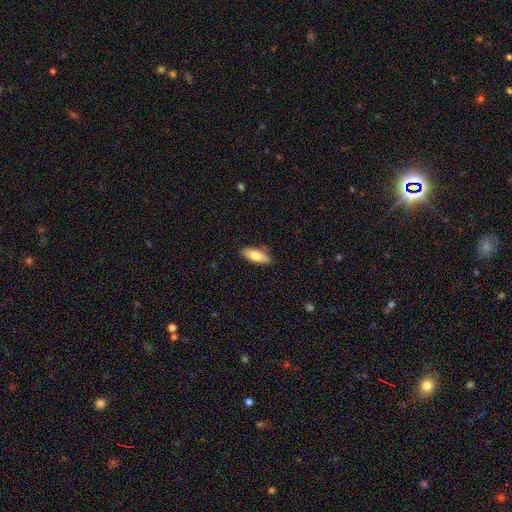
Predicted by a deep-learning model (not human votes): Smooth or featured? Predicted: smooth (p=0.73). How rounded? Predicted: in between (p=0.76). Merging? Predicted: none (p=0.86).